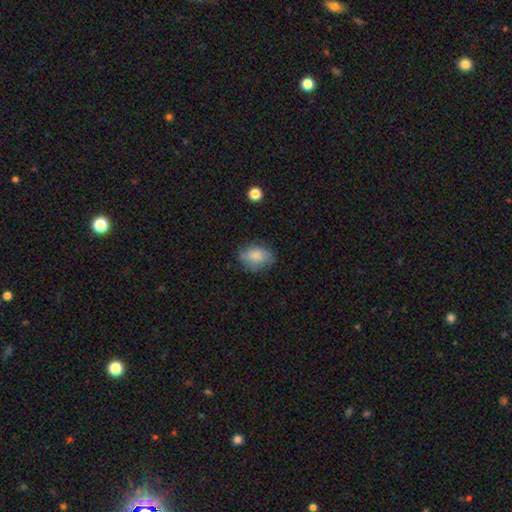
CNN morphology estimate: smooth_or_featured: smooth (p=0.79) [alt: featured or disk p=0.13]
how_rounded: in between (p=0.69) [alt: round p=0.29]
merging: none (p=0.71) [alt: minor disturbance p=0.21]